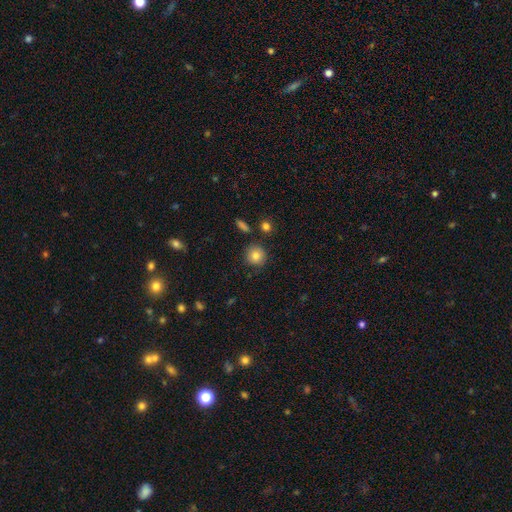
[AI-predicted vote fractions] Q: Smooth or featured?
A: smooth (82%); runner-up: star or artifact (10%)
Q: How rounded?
A: round (91%); runner-up: in between (8%)
Q: Merging?
A: none (85%); runner-up: minor disturbance (9%)